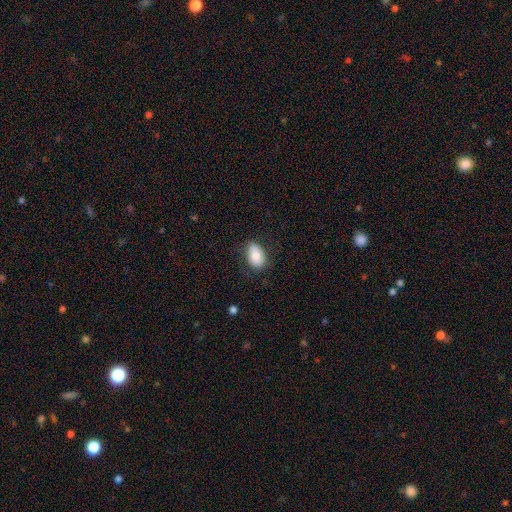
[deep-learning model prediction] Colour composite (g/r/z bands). It shows a smooth galaxy with no disk features (79%) that is in between round and cigar-shaped (89%). Merging: none (76%).